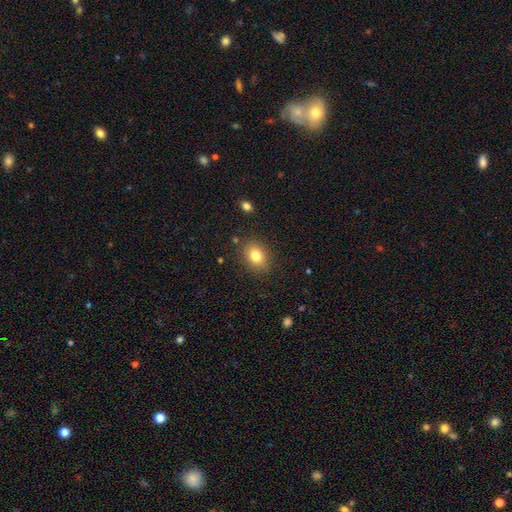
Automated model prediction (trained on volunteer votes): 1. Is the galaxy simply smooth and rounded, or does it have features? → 81% smooth, 10% star or artifact, 9% featured or disk.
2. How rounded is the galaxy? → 64% in between, 35% round, 1% cigar-shaped.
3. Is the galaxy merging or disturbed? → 86% none, 10% minor disturbance, 3% major disturbance, 2% merger.